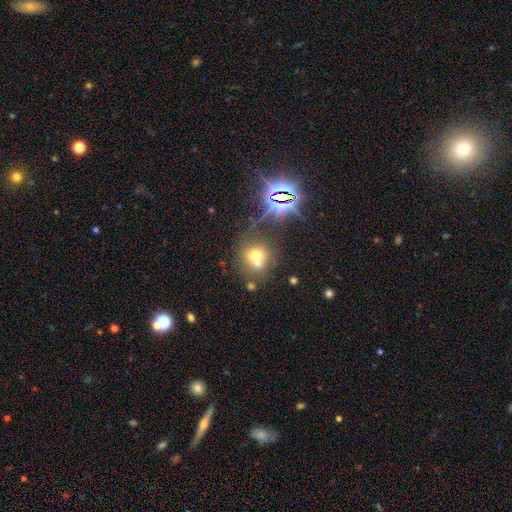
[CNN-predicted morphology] smooth_or_featured: smooth (p=0.57) [alt: star or artifact p=0.23]
how_rounded: round (p=0.83) [alt: in between p=0.16]
merging: merger (p=0.43) [alt: none p=0.42]